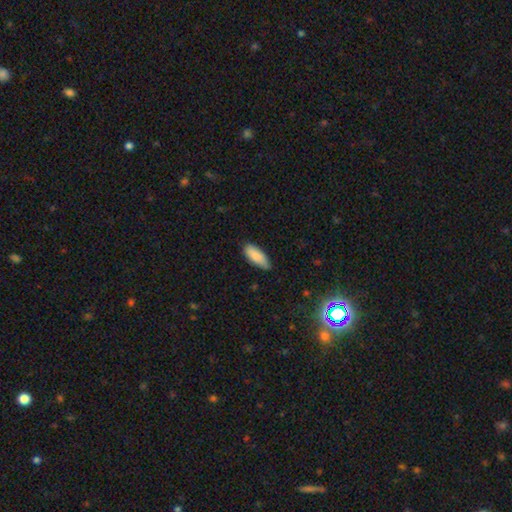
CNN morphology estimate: The model was most divided on "how rounded": in between: 74%, cigar-shaped: 24%, round: 2%. More confident: smooth or featured — smooth (87%); merging — none (81%).